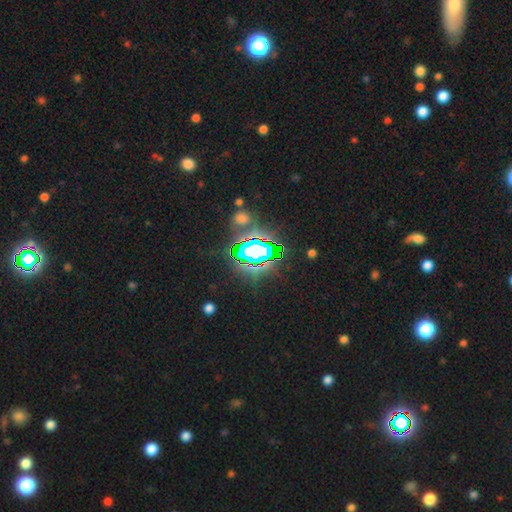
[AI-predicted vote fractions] Smooth or featured? Predicted: star or artifact (p=0.80).